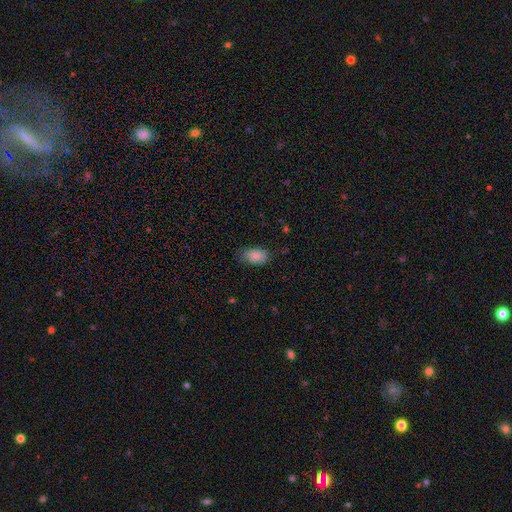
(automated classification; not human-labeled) A smooth galaxy with no disk features (83%) that is in between round and cigar-shaped (91%). Merging: none (71%).